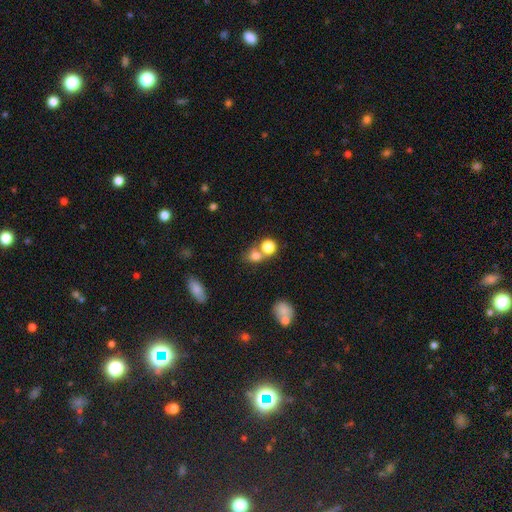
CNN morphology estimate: Smooth or featured? smooth (75%)
How rounded? round (71%)
Merging? none (43%, tied with merger)